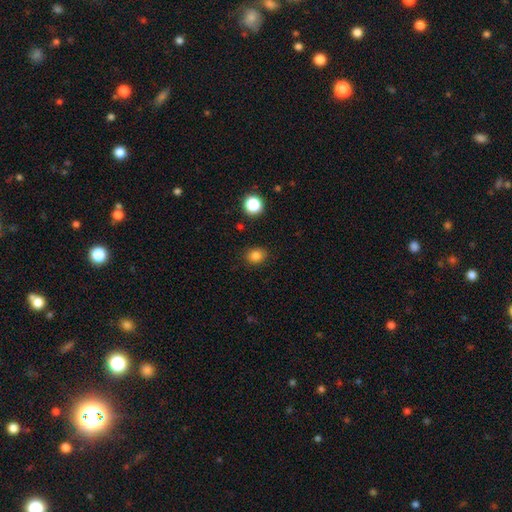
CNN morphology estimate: Smooth or featured?
  - smooth: 82% *
  - star or artifact: 13%
  - featured or disk: 5%
How rounded?
  - round: 62% *
  - in between: 37%
  - cigar-shaped: 1%
Merging?
  - none: 87% *
  - minor disturbance: 9%
  - major disturbance: 3%
  - merger: 1%